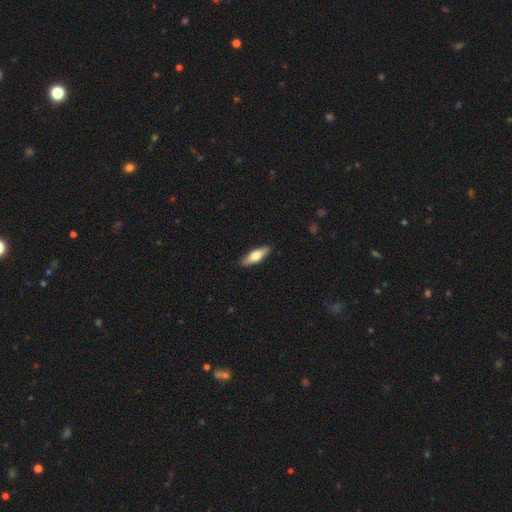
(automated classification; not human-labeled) Morphology: type=smooth (61%); roundness=cigar-shaped (51%); merging=none (90%).